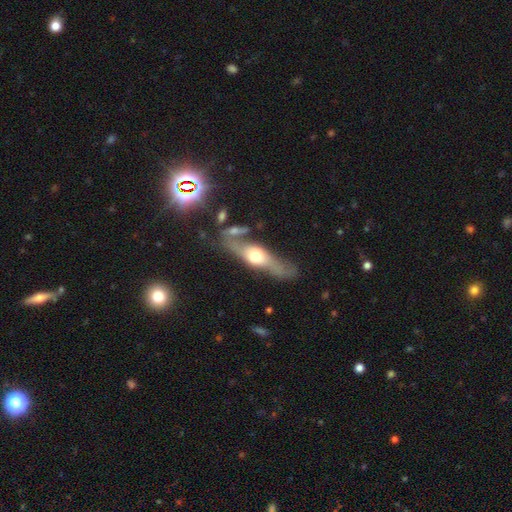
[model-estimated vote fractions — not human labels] The model was most divided on "edge-on disk": yes: 66%, no: 34%. More confident: smooth or featured — featured or disk (64%); merging — none (55%).